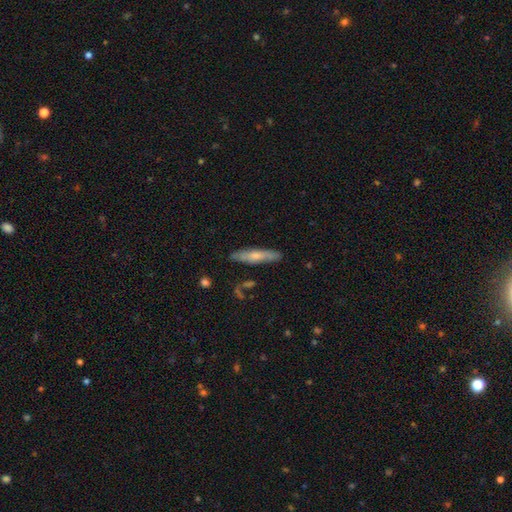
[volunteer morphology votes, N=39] A smooth galaxy with no disk features (54%) that is cigar-shaped (90%).

Vote fractions:
- Smooth or featured? smooth: 54% / featured or disk: 38% / star or artifact: 8%
- How rounded? cigar-shaped: 90% / in between: 10% / round: 0%
- Merging? none: 86% / minor disturbance: 11% / merger: 3% / major disturbance: 0%